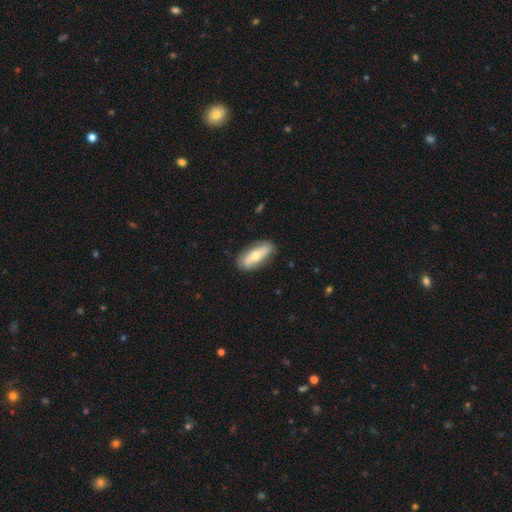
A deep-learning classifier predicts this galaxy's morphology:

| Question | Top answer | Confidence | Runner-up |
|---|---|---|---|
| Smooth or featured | smooth | 54% | featured or disk (40%) |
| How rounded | in between | 75% | cigar-shaped (22%) |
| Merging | none | 83% | minor disturbance (13%) |